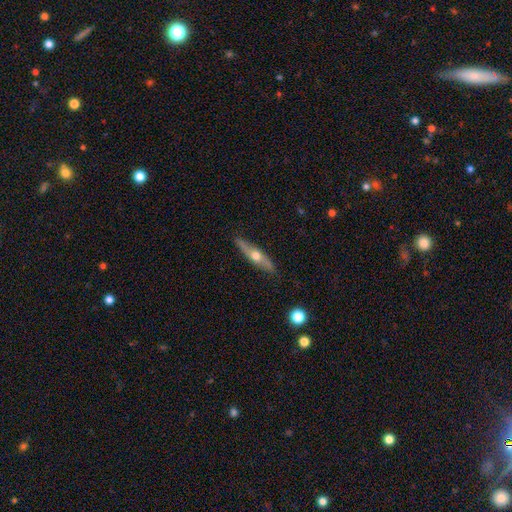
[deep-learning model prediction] A featured or disk galaxy (65%) viewed edge-on (89%) with a rounded central bulge (93%). Merging: none (87%).